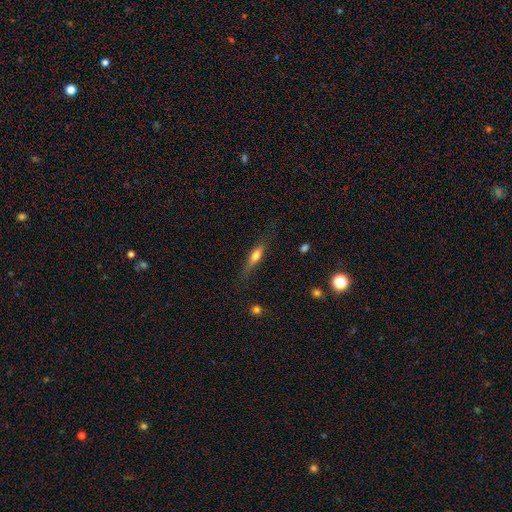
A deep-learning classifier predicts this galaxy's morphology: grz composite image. It shows a smooth galaxy with no disk features (61%) that is cigar-shaped (60%). Merging: none (68%).